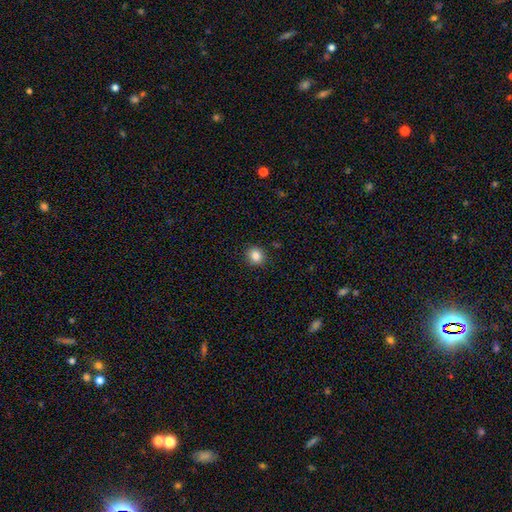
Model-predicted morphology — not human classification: Smooth or featured? Predicted: smooth (p=0.84). How rounded? Predicted: round (p=0.81). Merging? Predicted: none (p=0.90).